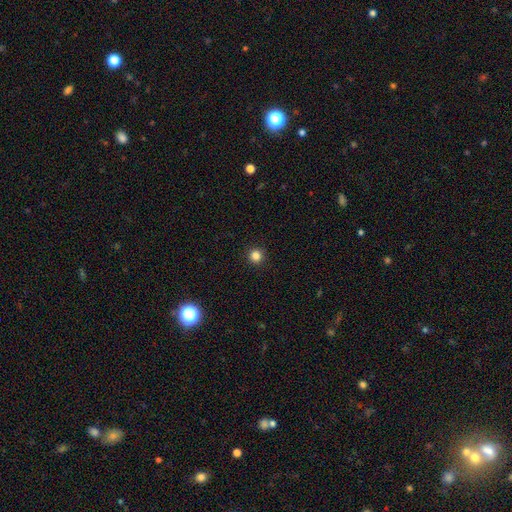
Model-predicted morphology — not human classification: Smooth or featured? Predicted: smooth (p=0.83). How rounded? Predicted: round (p=0.96). Merging? Predicted: none (p=0.93).